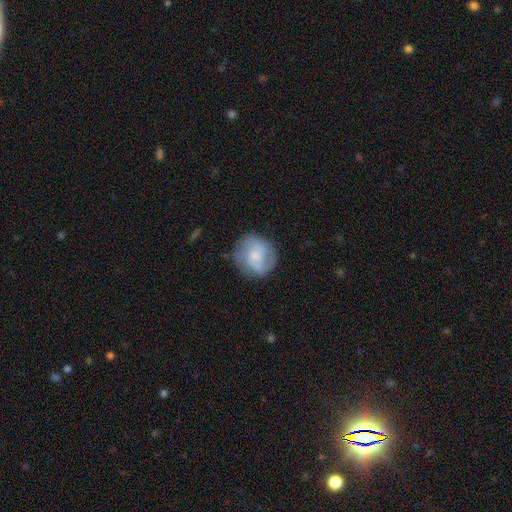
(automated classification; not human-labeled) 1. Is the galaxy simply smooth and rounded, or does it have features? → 57% featured or disk, 35% smooth, 7% star or artifact.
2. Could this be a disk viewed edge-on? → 98% no, 2% yes.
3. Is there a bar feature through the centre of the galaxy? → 63% no, 32% weak, 5% strong.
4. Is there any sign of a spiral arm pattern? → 89% yes, 11% no.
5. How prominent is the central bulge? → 52% small, 31% moderate, 11% none, 4% large, 1% dominant.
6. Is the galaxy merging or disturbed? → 72% none, 19% minor disturbance, 7% major disturbance, 2% merger.